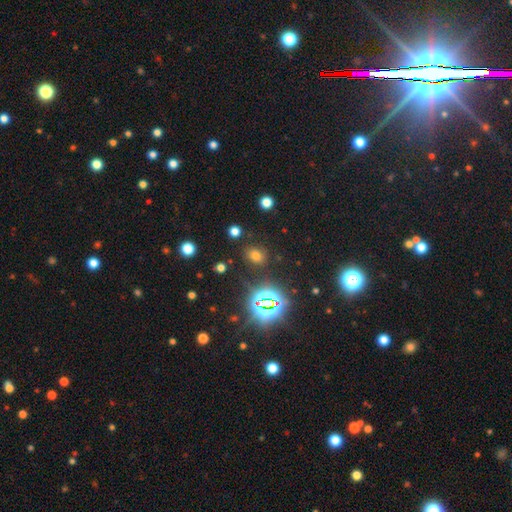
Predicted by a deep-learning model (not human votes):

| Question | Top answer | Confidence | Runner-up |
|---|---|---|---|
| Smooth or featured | smooth | 59% | star or artifact (32%) |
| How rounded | in between | 57% | round (42%) |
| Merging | none | 84% | minor disturbance (10%) |